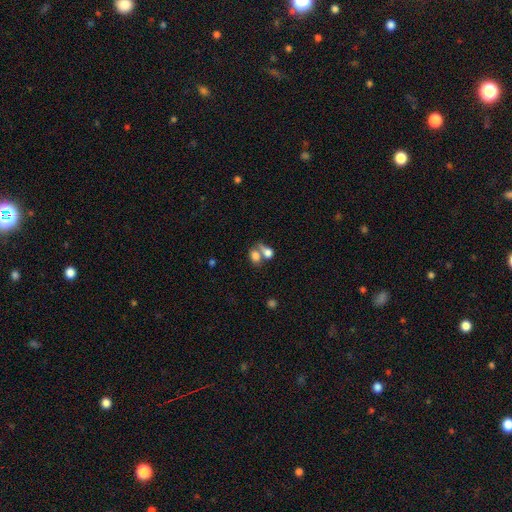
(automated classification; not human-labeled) Smooth or featured?
  - smooth: 76% *
  - featured or disk: 13%
  - star or artifact: 10%
How rounded?
  - in between: 75% *
  - round: 23%
  - cigar-shaped: 3%
Merging?
  - merger: 57% *
  - none: 29%
  - minor disturbance: 8%
  - major disturbance: 6%